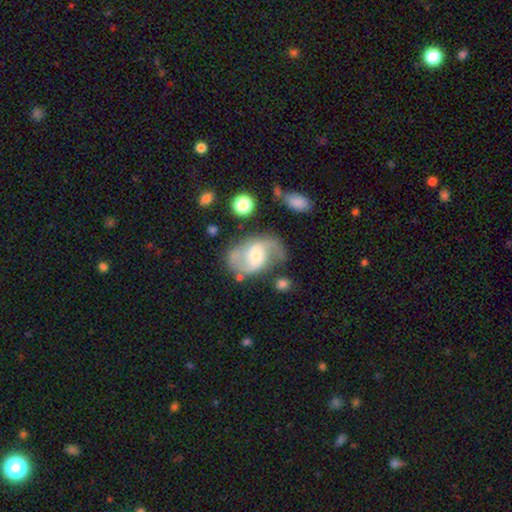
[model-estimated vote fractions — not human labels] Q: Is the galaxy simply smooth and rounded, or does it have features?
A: featured or disk — 81%.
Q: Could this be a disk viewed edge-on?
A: no — 97%.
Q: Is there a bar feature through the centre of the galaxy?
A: weak — 46%.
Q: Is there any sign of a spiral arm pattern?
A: yes — 94%.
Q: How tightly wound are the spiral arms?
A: loose — 47%.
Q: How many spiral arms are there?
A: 2 — 88%.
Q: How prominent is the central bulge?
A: moderate — 50%.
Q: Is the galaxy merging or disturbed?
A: none — 63%.